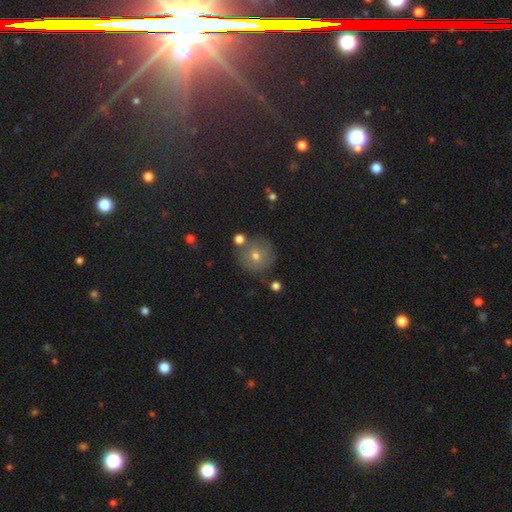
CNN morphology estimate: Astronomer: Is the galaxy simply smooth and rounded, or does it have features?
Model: smooth — 63%.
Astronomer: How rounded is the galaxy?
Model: round — 94%.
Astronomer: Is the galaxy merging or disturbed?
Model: none — 80%.